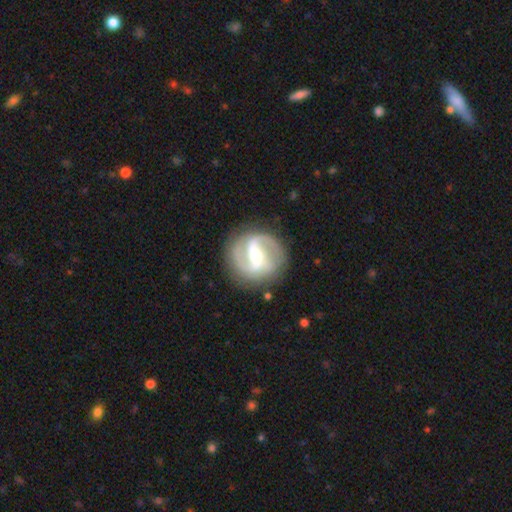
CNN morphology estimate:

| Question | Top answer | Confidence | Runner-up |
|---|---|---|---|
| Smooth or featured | featured or disk | 85% | smooth (10%) |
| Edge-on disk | no | 97% | yes (3%) |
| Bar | strong | 51% | weak (35%) |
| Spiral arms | yes | 93% | no (7%) |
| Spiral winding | medium | 49% | loose (31%) |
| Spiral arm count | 2 | 85% | can't tell (5%) |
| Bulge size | moderate | 46% | small (45%) |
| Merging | none | 82% | minor disturbance (11%) |